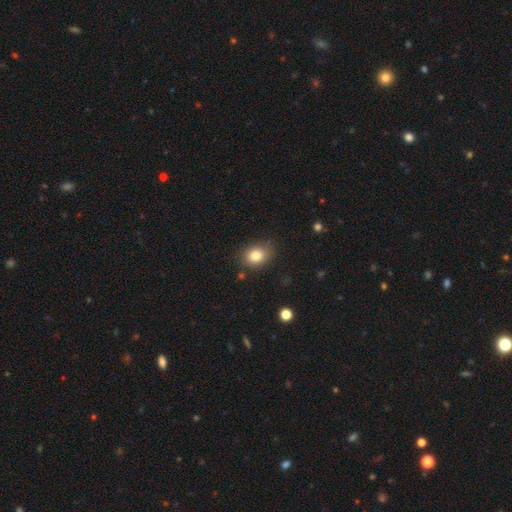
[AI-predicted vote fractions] Smooth or featured? Predicted: smooth (p=0.82). How rounded? Predicted: in between (p=0.57). Merging? Predicted: none (p=0.77).